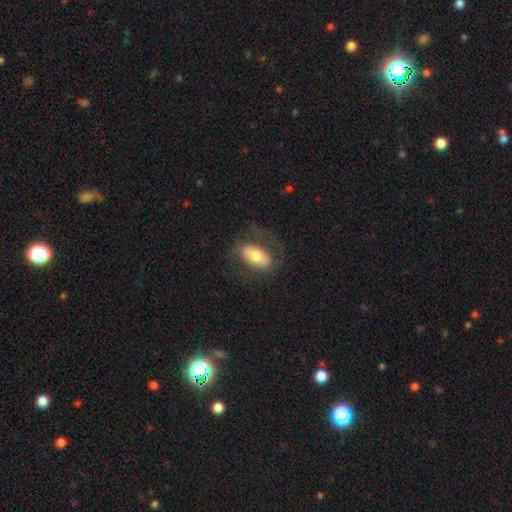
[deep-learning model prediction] Smooth or featured?
  - smooth: 58% *
  - featured or disk: 36%
  - star or artifact: 6%
How rounded?
  - in between: 90% *
  - cigar-shaped: 5%
  - round: 5%
Merging?
  - none: 63% *
  - minor disturbance: 18%
  - major disturbance: 17%
  - merger: 1%